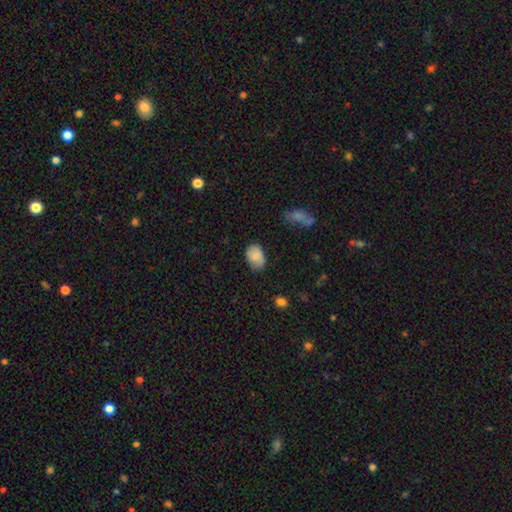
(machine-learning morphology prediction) Smooth or featured? smooth (83%)
How rounded? in between (83%)
Merging? none (70%)